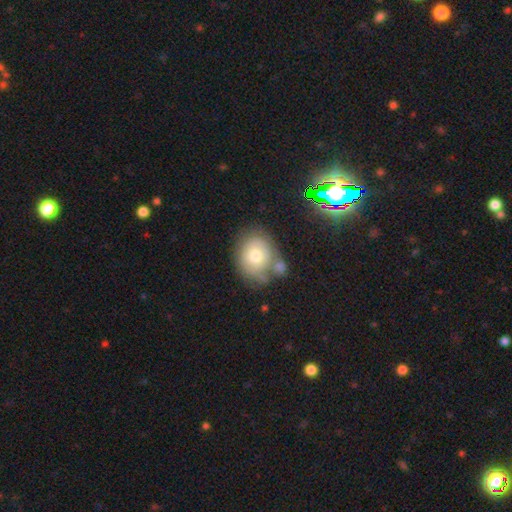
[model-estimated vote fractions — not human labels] This is likely a smooth galaxy (69%). How rounded: possibly round (60%). Merging: possibly none (53%).